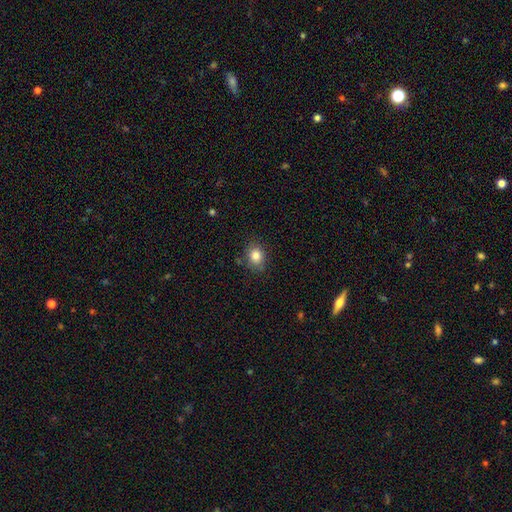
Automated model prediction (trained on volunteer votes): Smooth or featured?
  - smooth: 83% *
  - star or artifact: 10%
  - featured or disk: 7%
How rounded?
  - round: 60% *
  - in between: 39%
  - cigar-shaped: 1%
Merging?
  - none: 80% *
  - minor disturbance: 14%
  - major disturbance: 3%
  - merger: 2%